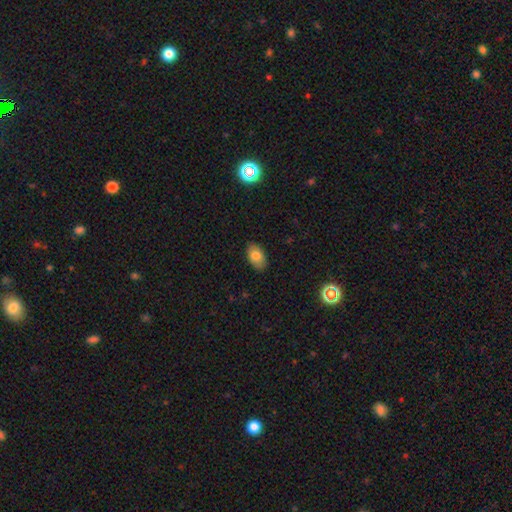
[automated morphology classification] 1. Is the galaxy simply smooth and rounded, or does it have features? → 80% smooth, 11% featured or disk, 8% star or artifact.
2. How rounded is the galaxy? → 91% in between, 8% round, 1% cigar-shaped.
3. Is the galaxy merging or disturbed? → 86% none, 11% minor disturbance, 2% major disturbance, 1% merger.